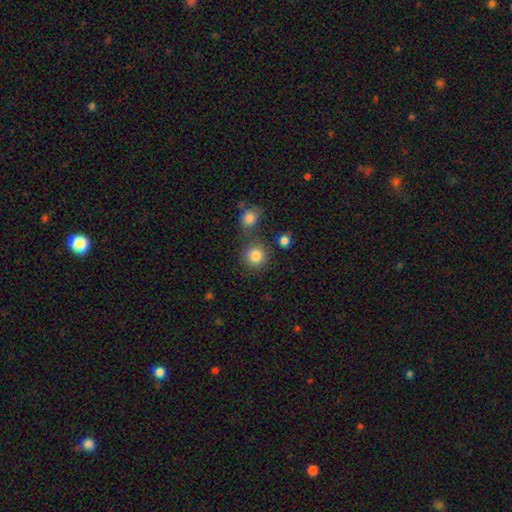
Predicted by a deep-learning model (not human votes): Q: Smooth or featured?
A: smooth (84%); runner-up: star or artifact (11%)
Q: How rounded?
A: round (91%); runner-up: in between (8%)
Q: Merging?
A: none (75%); runner-up: merger (13%)